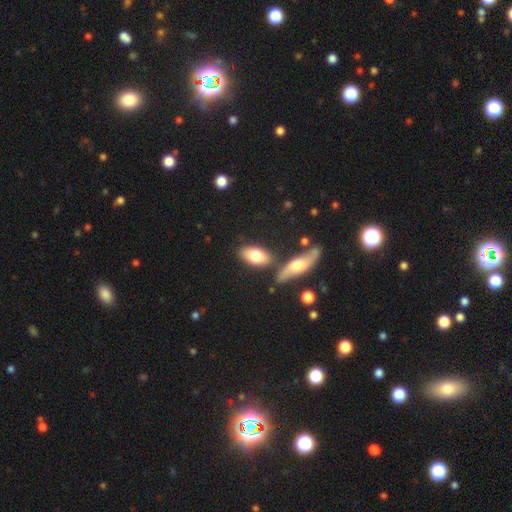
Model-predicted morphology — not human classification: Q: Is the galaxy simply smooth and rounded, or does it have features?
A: smooth — 72%.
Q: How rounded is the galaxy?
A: in between — 89%.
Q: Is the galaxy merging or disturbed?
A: none — 72%.